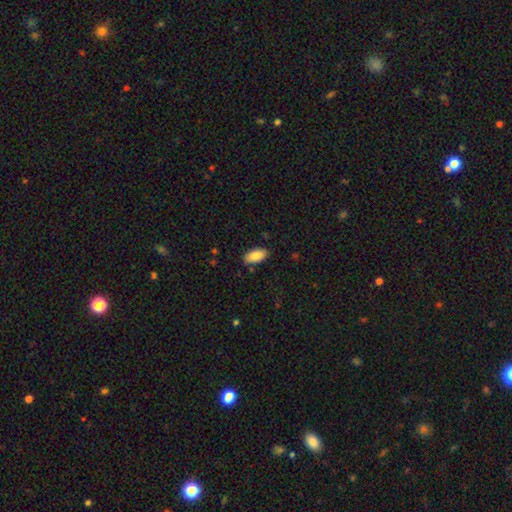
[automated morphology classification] Q: Smooth or featured?
A: smooth (86%); runner-up: featured or disk (7%)
Q: How rounded?
A: in between (92%); runner-up: cigar-shaped (6%)
Q: Merging?
A: none (83%); runner-up: minor disturbance (12%)